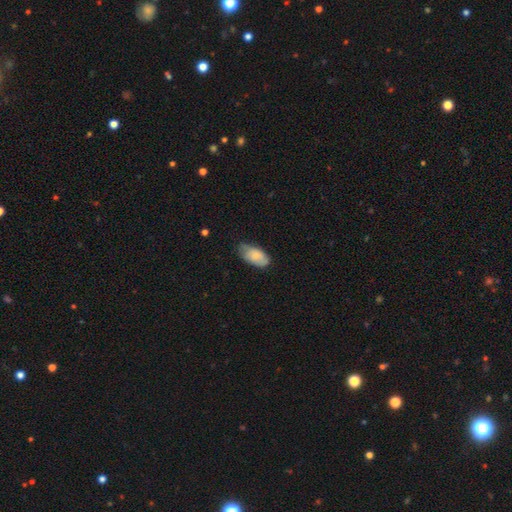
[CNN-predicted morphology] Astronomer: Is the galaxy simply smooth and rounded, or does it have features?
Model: smooth — 77%.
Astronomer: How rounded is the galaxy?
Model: in between — 94%.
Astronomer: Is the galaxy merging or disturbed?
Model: none — 57% (runner-up: minor disturbance, 35%).